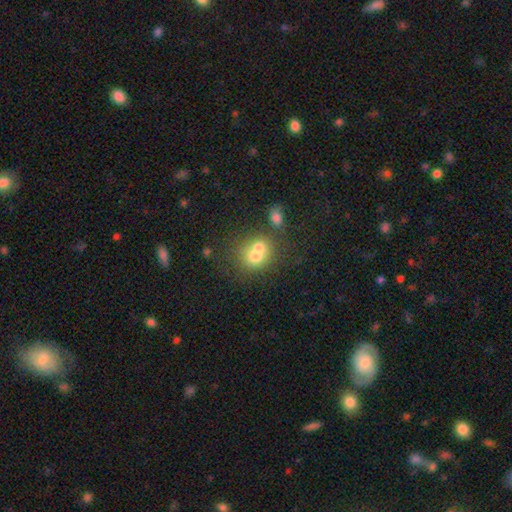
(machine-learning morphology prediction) type=smooth (67%); roundness=round (67%); merging=merger (62%).